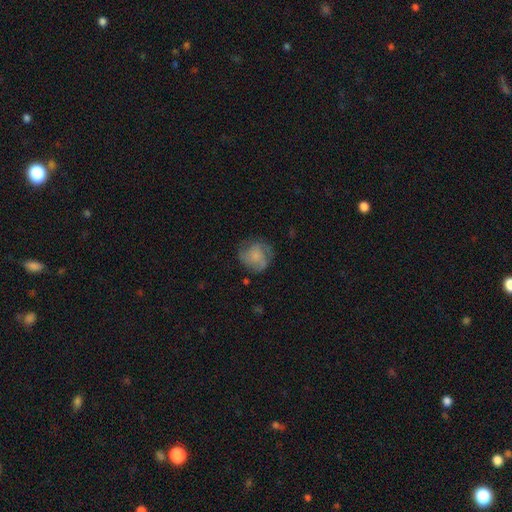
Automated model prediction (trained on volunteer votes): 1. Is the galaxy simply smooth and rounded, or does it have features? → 51% smooth, 41% featured or disk, 9% star or artifact.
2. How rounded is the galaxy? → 82% round, 16% in between, 1% cigar-shaped.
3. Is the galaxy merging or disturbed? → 63% none, 23% minor disturbance, 13% major disturbance, 2% merger.